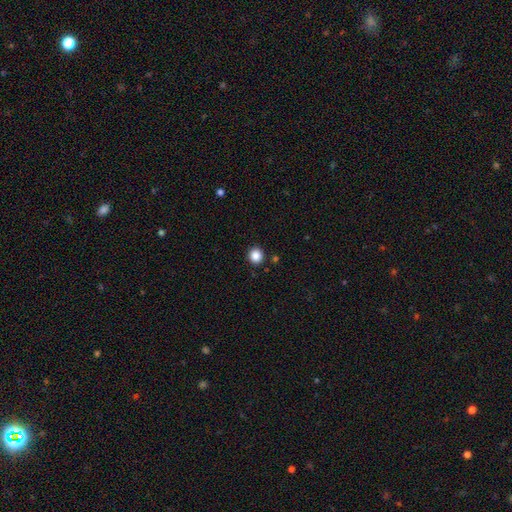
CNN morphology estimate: Smooth or featured: smooth — 86% (star or artifact — 11%)
How rounded: round — 91% (in between — 8%)
Merging: none — 91% (minor disturbance — 5%)